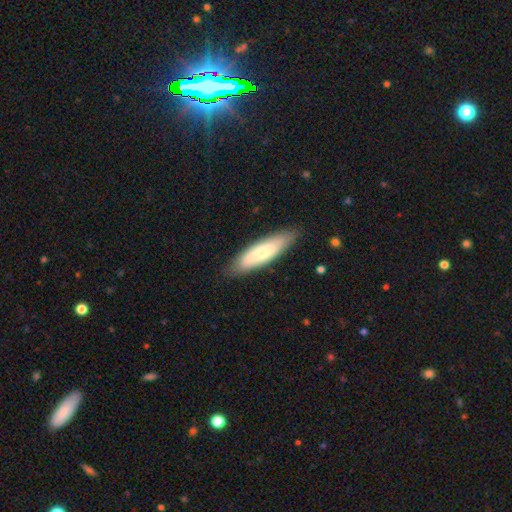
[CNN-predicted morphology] Smooth or featured?
  - smooth: 71% *
  - featured or disk: 24%
  - star or artifact: 6%
How rounded?
  - cigar-shaped: 59% *
  - in between: 40%
  - round: 1%
Merging?
  - none: 83% *
  - minor disturbance: 13%
  - major disturbance: 3%
  - merger: 1%